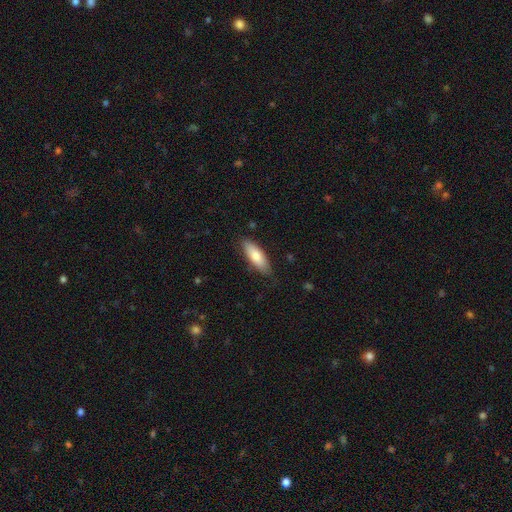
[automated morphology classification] Smooth or featured? Predicted: smooth (p=0.77). How rounded? Predicted: in between (p=0.64). Merging? Predicted: none (p=0.84).